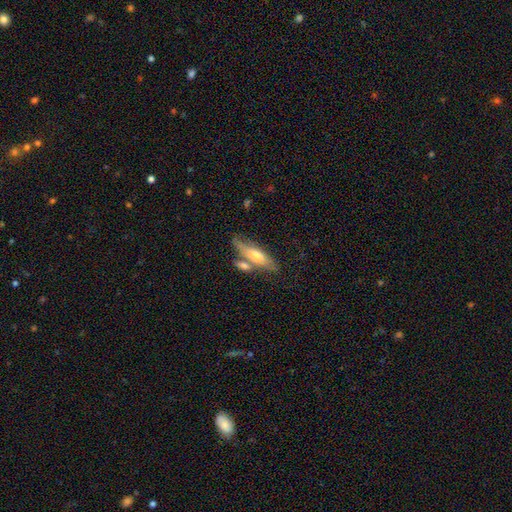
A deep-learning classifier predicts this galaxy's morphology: smooth-or-featured: smooth: 50% | featured or disk: 43% | star or artifact: 6%
  how-rounded: cigar-shaped: 58% | in between: 39% | round: 3%
  merging: none: 55% | merger: 24% | minor disturbance: 16% | major disturbance: 5%